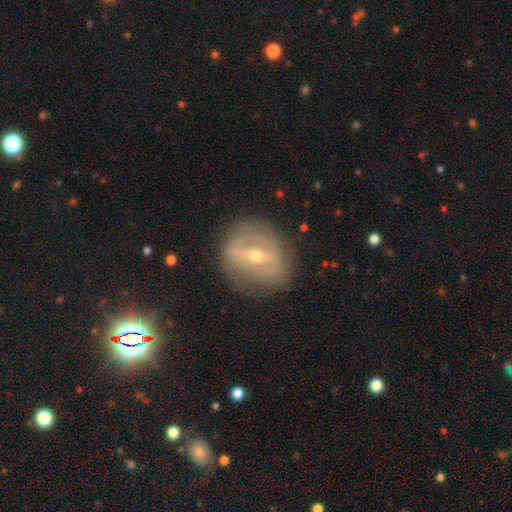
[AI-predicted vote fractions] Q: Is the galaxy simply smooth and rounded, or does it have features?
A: featured or disk — 73%.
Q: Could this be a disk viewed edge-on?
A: no — 91%.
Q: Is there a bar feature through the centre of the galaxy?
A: strong — 55%.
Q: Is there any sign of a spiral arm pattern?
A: no — 58%.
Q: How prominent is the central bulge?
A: moderate — 49%.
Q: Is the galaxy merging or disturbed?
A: none — 75%.